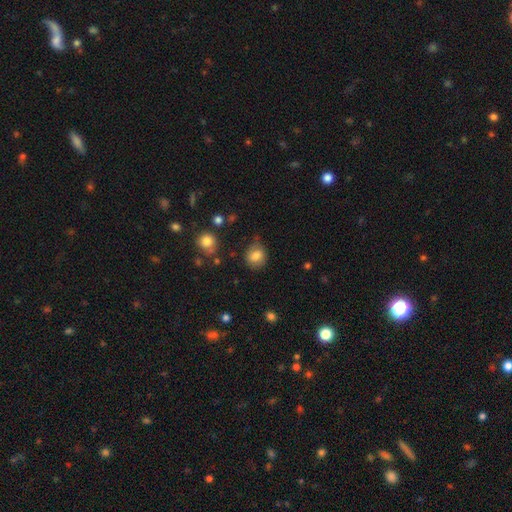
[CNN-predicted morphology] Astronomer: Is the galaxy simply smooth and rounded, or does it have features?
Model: smooth — 80%.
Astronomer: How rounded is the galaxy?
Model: round — 64%.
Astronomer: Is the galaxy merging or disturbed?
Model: none — 67%.